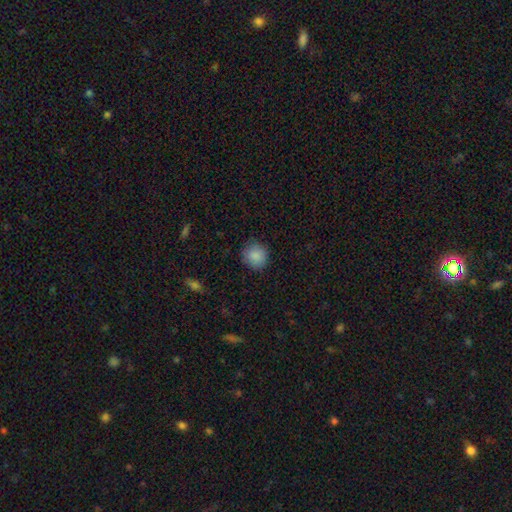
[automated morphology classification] smooth 88%, star or artifact 9%, featured or disk 3%. Down the decision tree: how rounded — round (91%); merging — none (87%).